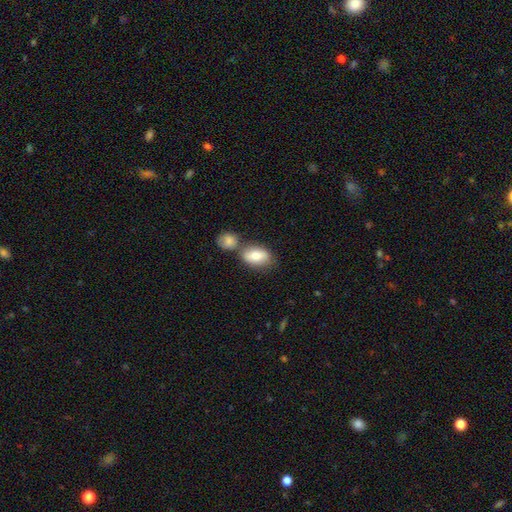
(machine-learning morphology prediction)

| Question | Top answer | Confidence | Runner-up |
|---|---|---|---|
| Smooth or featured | smooth | 78% | featured or disk (15%) |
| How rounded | in between | 88% | round (9%) |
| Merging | none | 48% | merger (34%) |